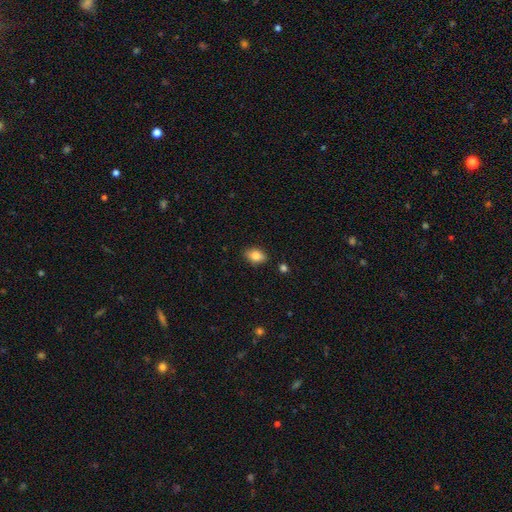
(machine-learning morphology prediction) Smooth or featured?
  - smooth: 84% *
  - star or artifact: 8%
  - featured or disk: 8%
How rounded?
  - in between: 83% *
  - round: 15%
  - cigar-shaped: 2%
Merging?
  - none: 83% *
  - minor disturbance: 13%
  - major disturbance: 2%
  - merger: 2%